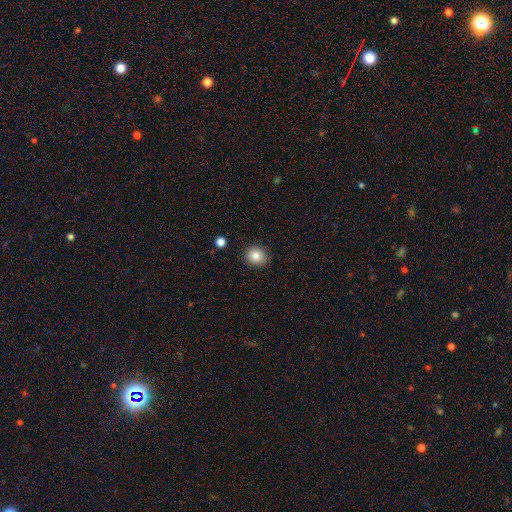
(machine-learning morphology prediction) Smooth or featured? Predicted: smooth (p=0.83). How rounded? Predicted: round (p=0.84). Merging? Predicted: none (p=0.91).